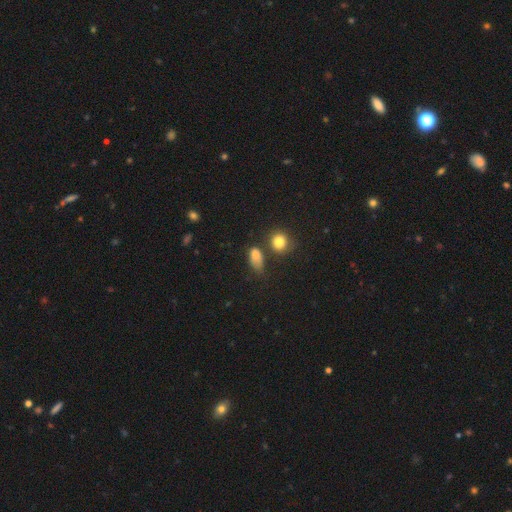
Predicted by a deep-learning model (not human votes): The model was most divided on "merging": none: 46%, minor disturbance: 27%, merger: 14%, major disturbance: 13%. More confident: smooth or featured — smooth (80%); how rounded — in between (78%).